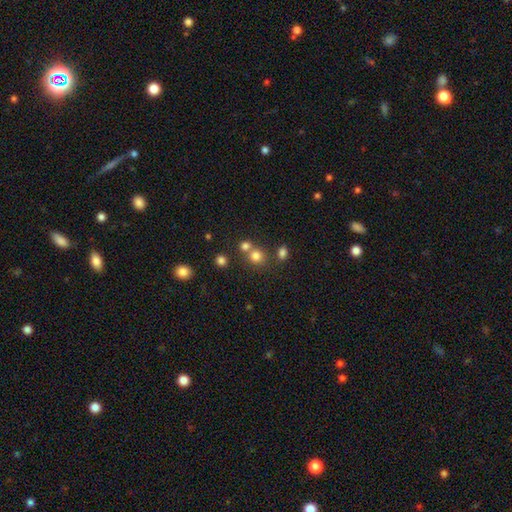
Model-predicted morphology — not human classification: This appears to be a smooth galaxy with no disk features (77%) that is round (85%). Merging: none (58%).